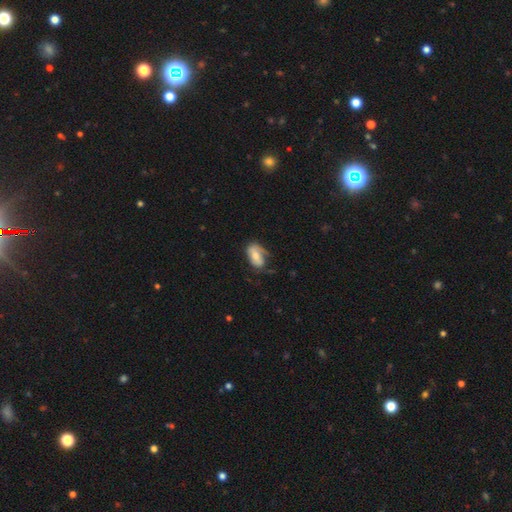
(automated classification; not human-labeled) smooth_or_featured: smooth (p=0.56) [alt: featured or disk p=0.37]
how_rounded: in between (p=0.91) [alt: round p=0.07]
merging: none (p=0.46) [alt: minor disturbance p=0.32]